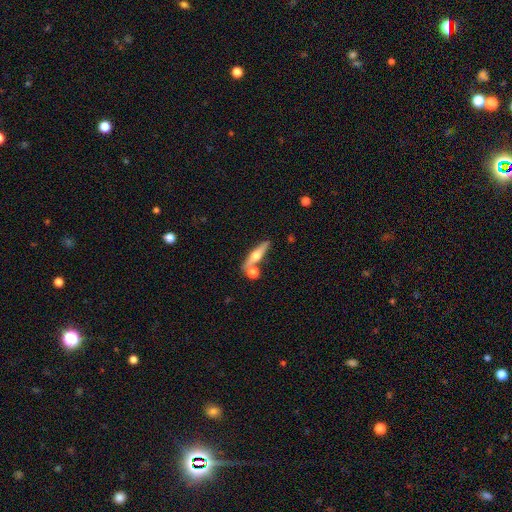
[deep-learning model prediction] Overall: featured or disk (56%; smooth 37%). Edge-on disk: yes (92%). Edge-on bulge: rounded (95%). Merging: none (71%).